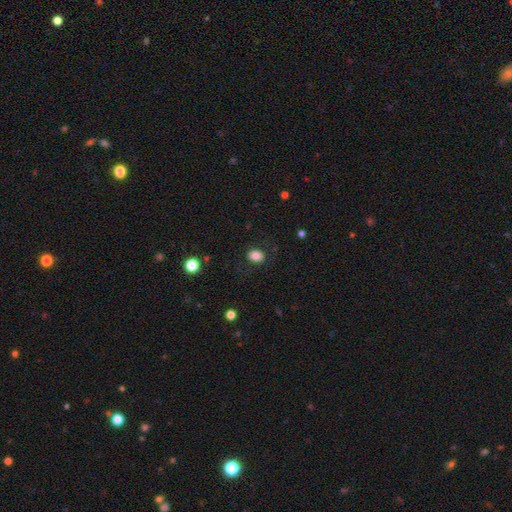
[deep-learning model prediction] Q: Smooth or featured?
A: smooth (82%); runner-up: star or artifact (10%)
Q: How rounded?
A: in between (64%); runner-up: round (36%)
Q: Merging?
A: none (82%); runner-up: minor disturbance (12%)